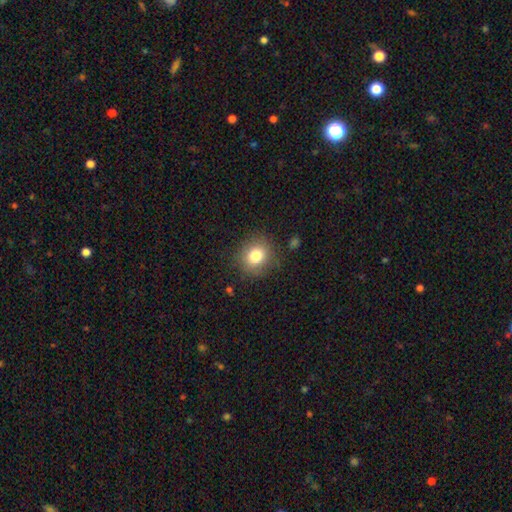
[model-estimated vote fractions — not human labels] Smooth or featured?
  - smooth: 79% *
  - star or artifact: 12%
  - featured or disk: 9%
How rounded?
  - round: 81% *
  - in between: 18%
  - cigar-shaped: 1%
Merging?
  - none: 84% *
  - minor disturbance: 11%
  - major disturbance: 4%
  - merger: 2%